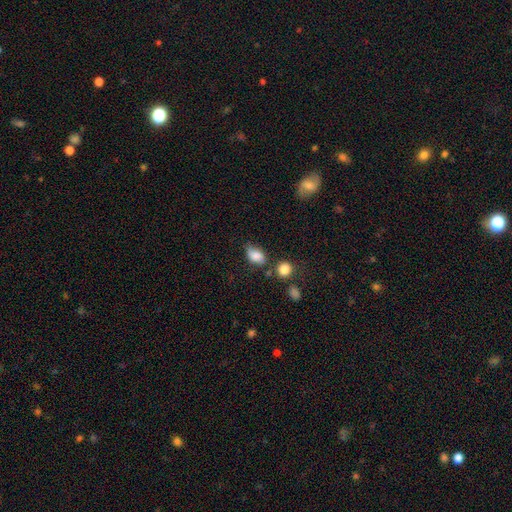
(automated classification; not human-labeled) The model was most divided on "merging": none: 57%, minor disturbance: 27%, merger: 8%, major disturbance: 8%. More confident: how rounded — in between (81%); smooth or featured — smooth (76%).